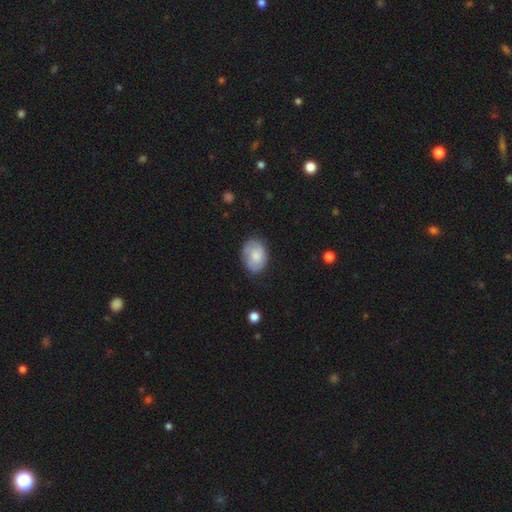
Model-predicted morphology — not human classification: Smooth or featured: smooth — 60% (featured or disk — 33%)
How rounded: in between — 75% (round — 24%)
Merging: none — 71% (minor disturbance — 21%)